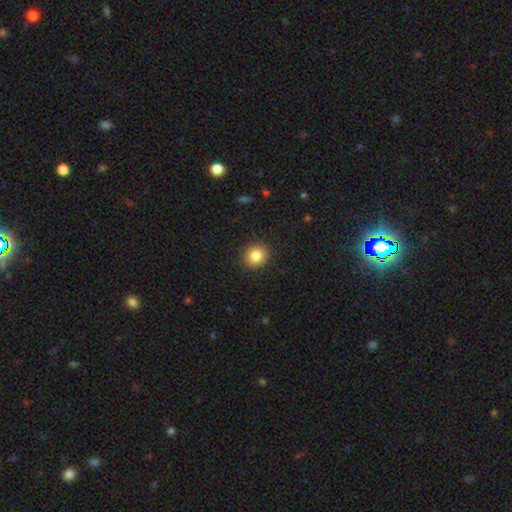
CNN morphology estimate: A smooth galaxy with no disk features (84%) that is round (87%).

Vote fractions:
- Smooth or featured? smooth: 84% / star or artifact: 10% / featured or disk: 6%
- How rounded? round: 87% / in between: 12% / cigar-shaped: 1%
- Merging? none: 91% / minor disturbance: 6% / major disturbance: 2% / merger: 1%